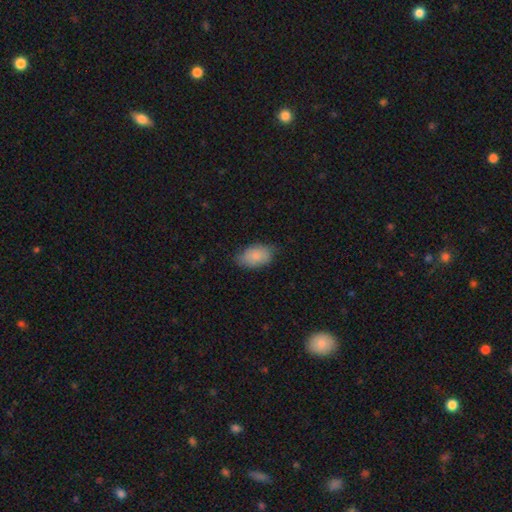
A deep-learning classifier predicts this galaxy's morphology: Smooth or featured: smooth — 84% (featured or disk — 10%)
How rounded: in between — 91% (round — 7%)
Merging: none — 71% (minor disturbance — 24%)